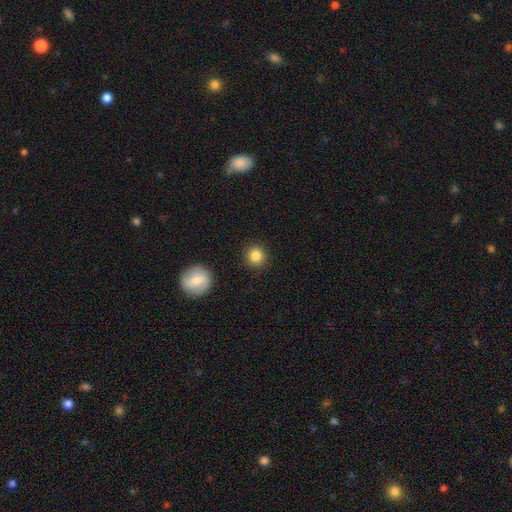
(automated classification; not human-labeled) A smooth galaxy with no disk features (85%) that is round (93%).

Vote fractions:
- Smooth or featured? smooth: 85% / star or artifact: 10% / featured or disk: 5%
- How rounded? round: 93% / in between: 6% / cigar-shaped: 1%
- Merging? none: 90% / minor disturbance: 6% / major disturbance: 2% / merger: 2%